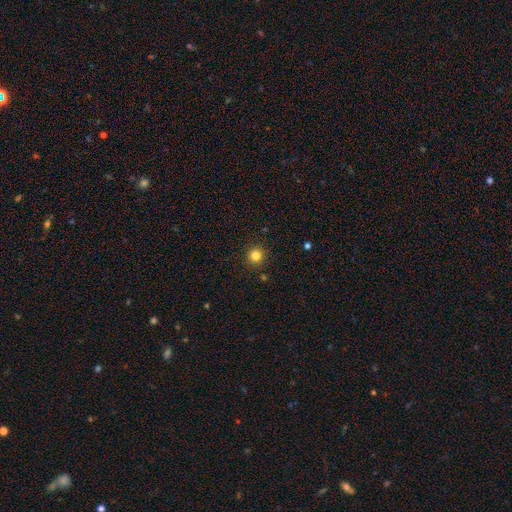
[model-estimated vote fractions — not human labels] Q: Smooth or featured?
A: smooth (83%); runner-up: star or artifact (13%)
Q: How rounded?
A: round (95%); runner-up: in between (4%)
Q: Merging?
A: none (91%); runner-up: minor disturbance (5%)